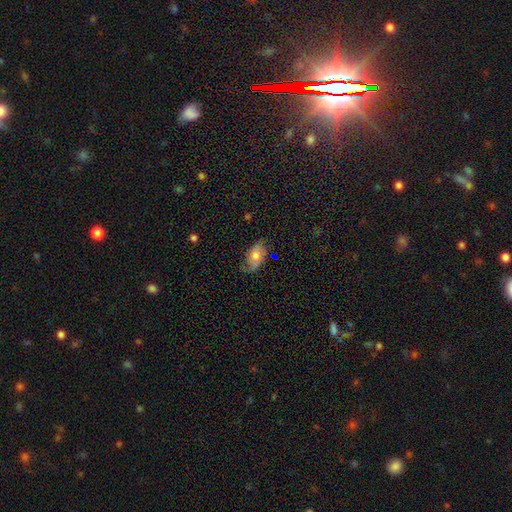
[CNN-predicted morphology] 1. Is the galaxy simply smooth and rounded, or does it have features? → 59% smooth, 33% featured or disk, 8% star or artifact.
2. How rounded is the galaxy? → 91% in between, 6% round, 3% cigar-shaped.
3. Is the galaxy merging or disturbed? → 64% none, 27% minor disturbance, 7% major disturbance, 2% merger.